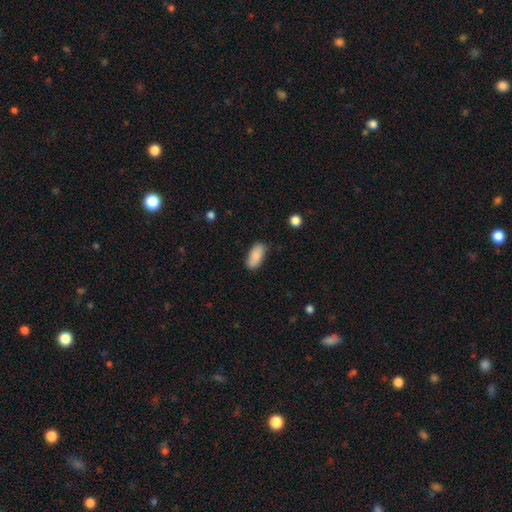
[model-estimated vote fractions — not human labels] smooth 86%, featured or disk 7%, star or artifact 6%. Down the decision tree: how rounded — in between (89%); merging — none (81%).